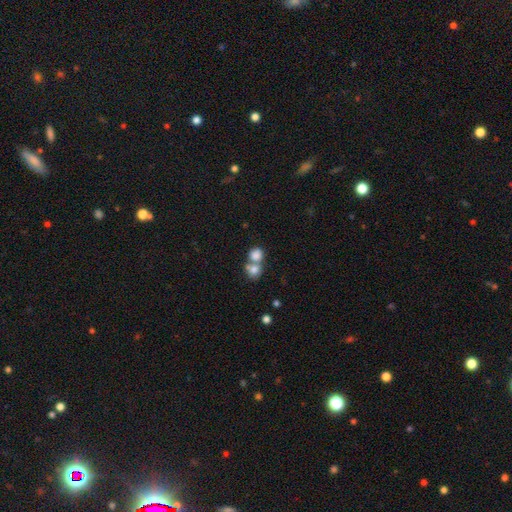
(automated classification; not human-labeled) smooth-or-featured: smooth: 80% | featured or disk: 10% | star or artifact: 10%
  how-rounded: round: 72% | in between: 27% | cigar-shaped: 1%
  merging: merger: 59% | none: 31% | minor disturbance: 6% | major disturbance: 3%